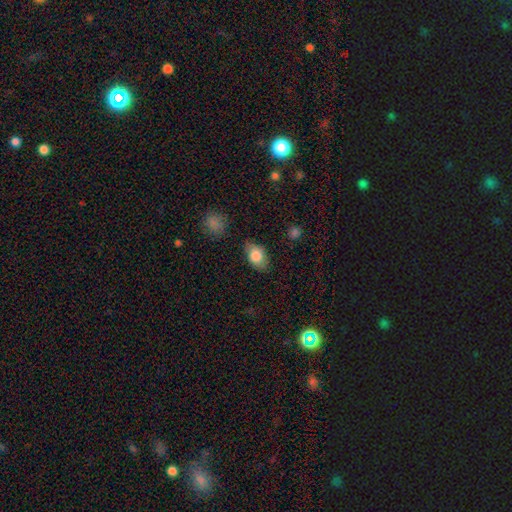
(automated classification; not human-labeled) Smooth or featured? smooth (80%)
How rounded? in between (86%)
Merging? none (76%)